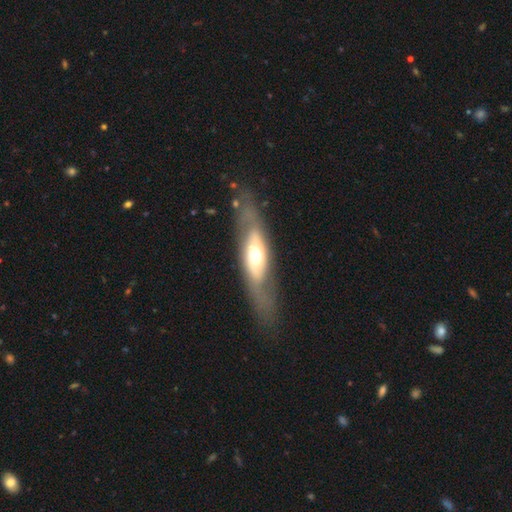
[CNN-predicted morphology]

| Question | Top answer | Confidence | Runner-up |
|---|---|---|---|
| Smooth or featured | featured or disk | 60% | smooth (34%) |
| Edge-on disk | no | 59% | yes (41%) |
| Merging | none | 72% | minor disturbance (15%) |